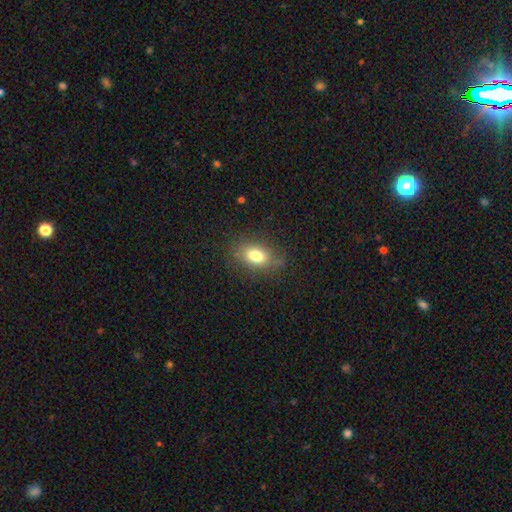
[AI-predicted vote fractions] Smooth or featured? Predicted: smooth (p=0.78). How rounded? Predicted: in between (p=0.83). Merging? Predicted: none (p=0.77).